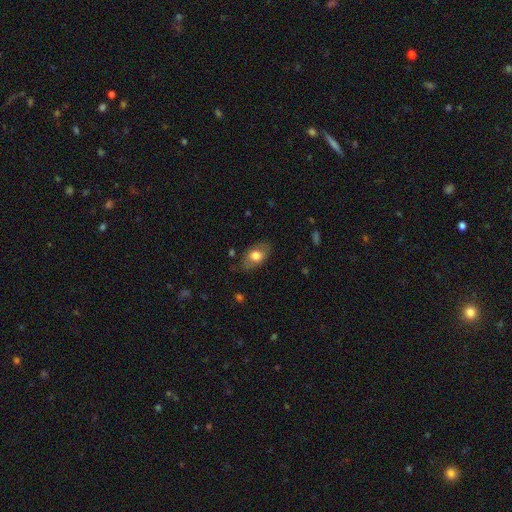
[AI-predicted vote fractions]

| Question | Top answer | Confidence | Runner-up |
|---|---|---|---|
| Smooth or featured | smooth | 69% | featured or disk (24%) |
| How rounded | in between | 88% | round (10%) |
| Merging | none | 76% | minor disturbance (17%) |